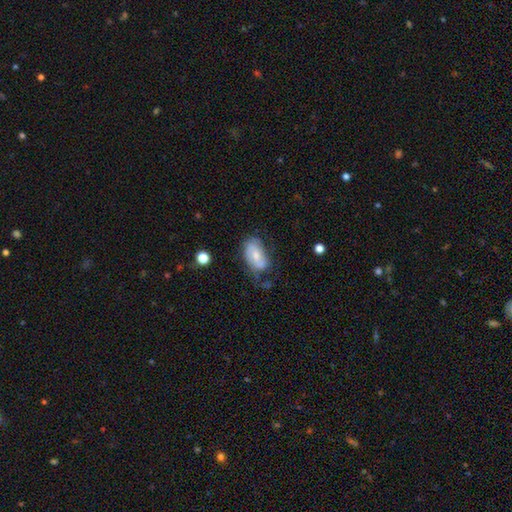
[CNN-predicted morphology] A smooth galaxy with no disk features (57%) that is in between round and cigar-shaped (91%).

Vote fractions:
- Smooth or featured? smooth: 57% / featured or disk: 36% / star or artifact: 7%
- How rounded? in between: 91% / round: 6% / cigar-shaped: 2%
- Merging? none: 51% / minor disturbance: 31% / major disturbance: 14% / merger: 4%